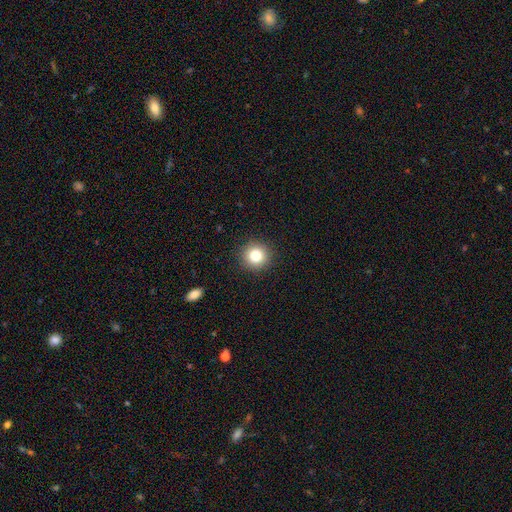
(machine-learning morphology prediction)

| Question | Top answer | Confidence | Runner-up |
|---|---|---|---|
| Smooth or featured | smooth | 81% | star or artifact (11%) |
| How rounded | round | 94% | in between (5%) |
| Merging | none | 92% | minor disturbance (5%) |